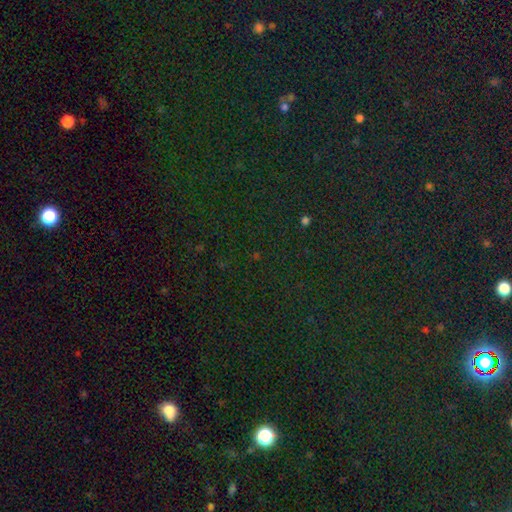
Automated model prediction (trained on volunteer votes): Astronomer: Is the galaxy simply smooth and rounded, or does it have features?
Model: star or artifact — 80%.